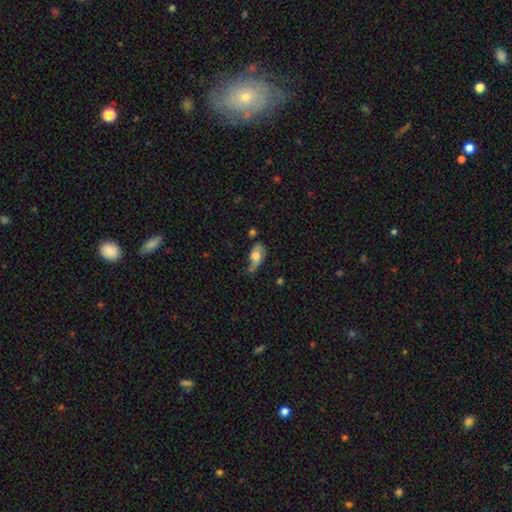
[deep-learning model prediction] Smooth or featured?
  - smooth: 47% *
  - featured or disk: 44%
  - star or artifact: 8%
Merging?
  - minor disturbance: 33% *
  - none: 32%
  - major disturbance: 28%
  - merger: 7%